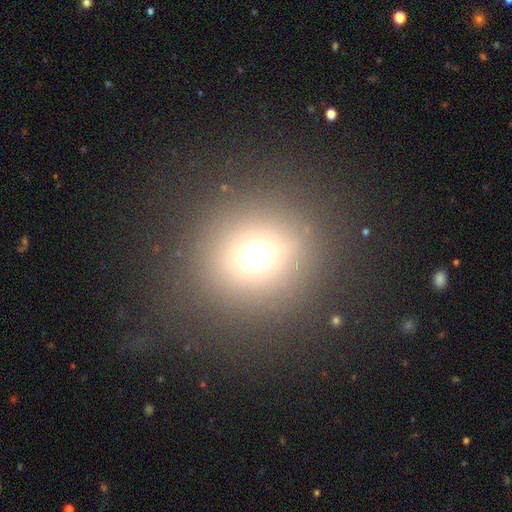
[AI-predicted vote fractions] Q: Smooth or featured?
A: smooth (64%); runner-up: star or artifact (27%)
Q: How rounded?
A: round (88%); runner-up: in between (11%)
Q: Merging?
A: none (87%); runner-up: minor disturbance (6%)